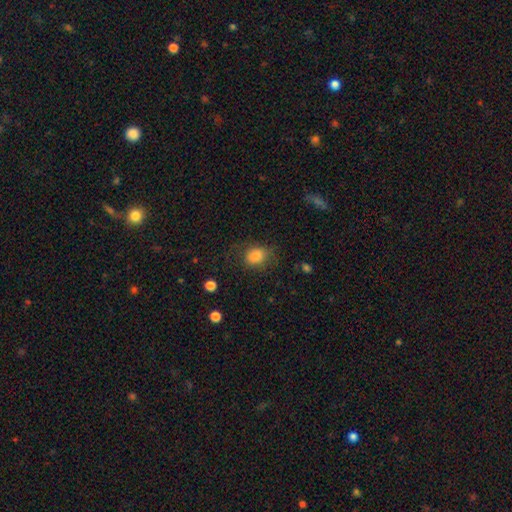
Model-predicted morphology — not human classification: type=smooth (83%); roundness=in between (57%); merging=none (66%).